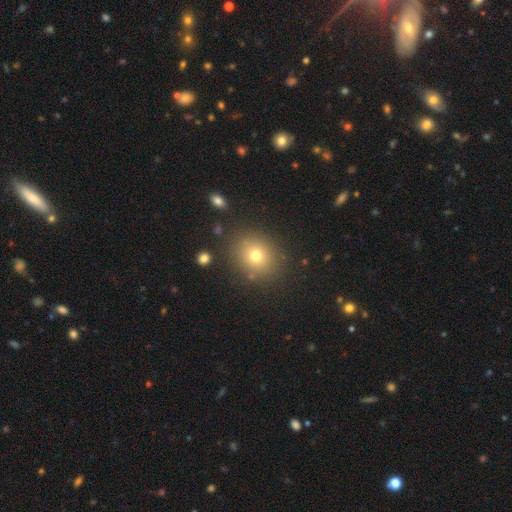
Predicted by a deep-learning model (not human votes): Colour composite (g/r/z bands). It shows a smooth galaxy with no disk features (71%) that is round (73%). Merging: none (85%).